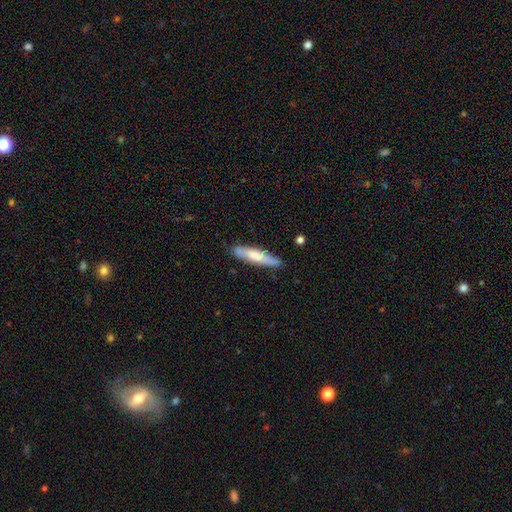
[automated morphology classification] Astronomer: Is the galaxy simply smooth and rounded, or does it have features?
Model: smooth — 66%.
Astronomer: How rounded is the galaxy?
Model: cigar-shaped — 83%.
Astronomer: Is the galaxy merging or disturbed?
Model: none — 80%.